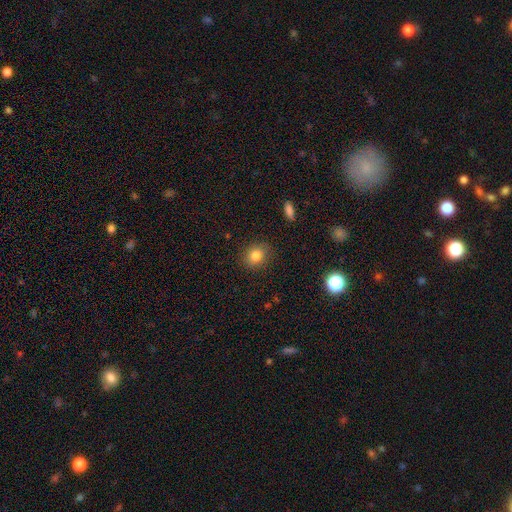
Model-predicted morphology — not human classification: smooth 82%, star or artifact 11%, featured or disk 7%. Down the decision tree: how rounded — round (71%); merging — none (88%).